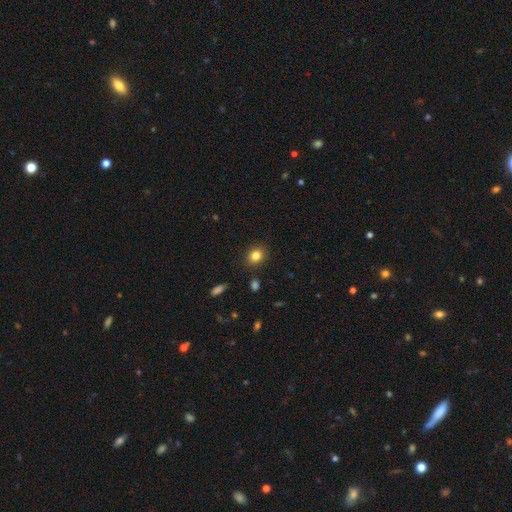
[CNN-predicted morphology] type=smooth (83%); roundness=round (65%); merging=none (88%).